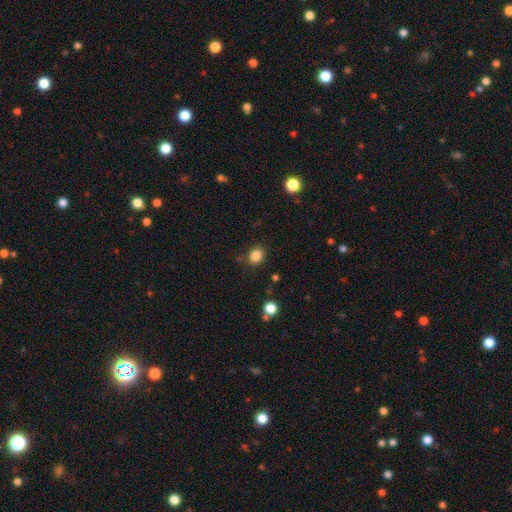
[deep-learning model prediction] This is clearly a smooth galaxy (84%). How rounded: likely round (69%). Merging: clearly none (82%).